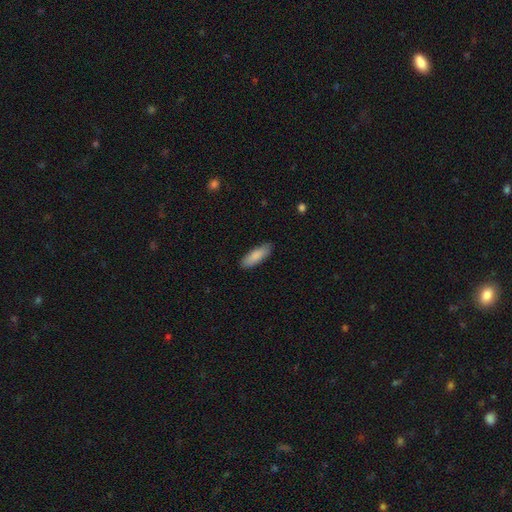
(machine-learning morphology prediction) Smooth or featured: smooth — 87% (featured or disk — 8%)
How rounded: in between — 61% (cigar-shaped — 37%)
Merging: none — 86% (minor disturbance — 11%)